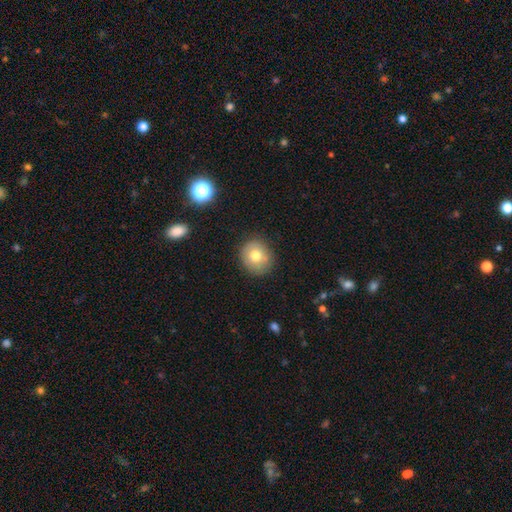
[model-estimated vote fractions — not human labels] This is likely a smooth galaxy (73%). How rounded: likely round (78%). Merging: clearly none (85%).